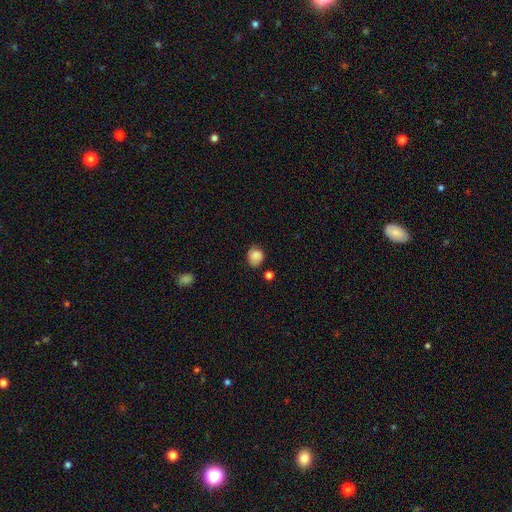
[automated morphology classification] Q: Smooth or featured?
A: smooth (84%); runner-up: star or artifact (9%)
Q: How rounded?
A: round (68%); runner-up: in between (31%)
Q: Merging?
A: none (66%); runner-up: minor disturbance (25%)